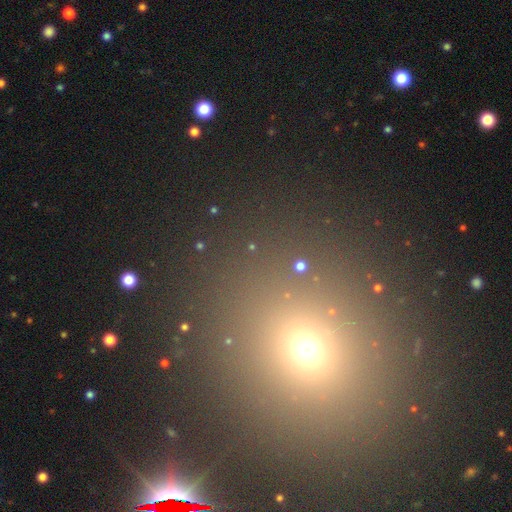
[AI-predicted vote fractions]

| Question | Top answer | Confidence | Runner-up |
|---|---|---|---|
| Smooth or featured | smooth | 47% | star or artifact (45%) |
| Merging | none | 86% | minor disturbance (6%) |